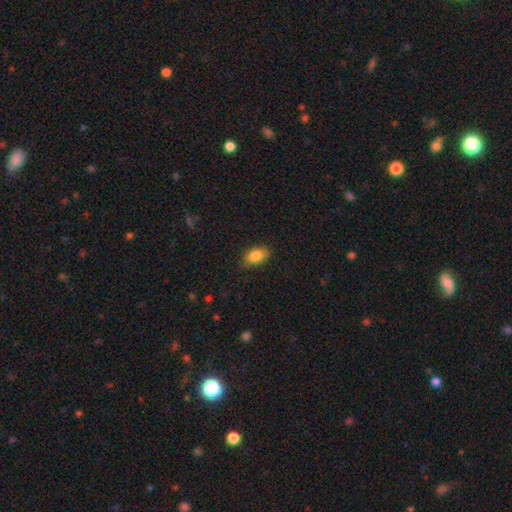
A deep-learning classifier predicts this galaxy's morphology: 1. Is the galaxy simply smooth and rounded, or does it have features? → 84% smooth, 8% featured or disk, 8% star or artifact.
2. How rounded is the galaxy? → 88% in between, 9% round, 3% cigar-shaped.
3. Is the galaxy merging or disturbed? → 82% none, 14% minor disturbance, 3% major disturbance, 1% merger.